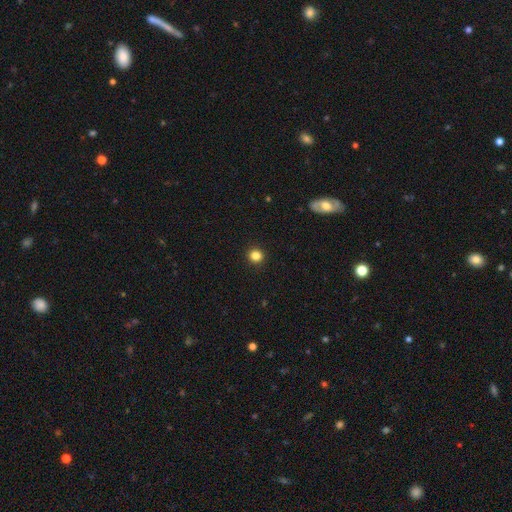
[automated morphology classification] smooth 84%, star or artifact 12%, featured or disk 4%. Down the decision tree: how rounded — round (91%); merging — none (92%).